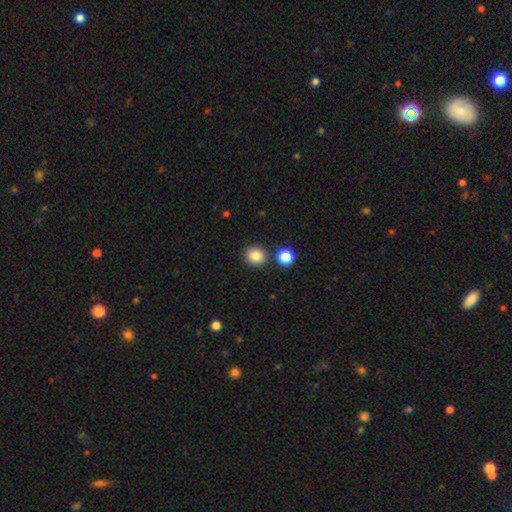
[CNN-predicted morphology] smooth 85%, star or artifact 10%, featured or disk 4%. Down the decision tree: how rounded — round (83%); merging — none (83%).